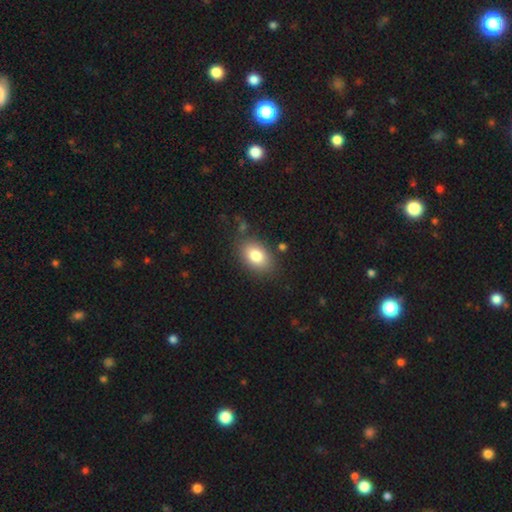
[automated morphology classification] smooth_or_featured: smooth (p=0.81) [alt: featured or disk p=0.11]
how_rounded: in between (p=0.85) [alt: round p=0.14]
merging: none (p=0.81) [alt: minor disturbance p=0.12]